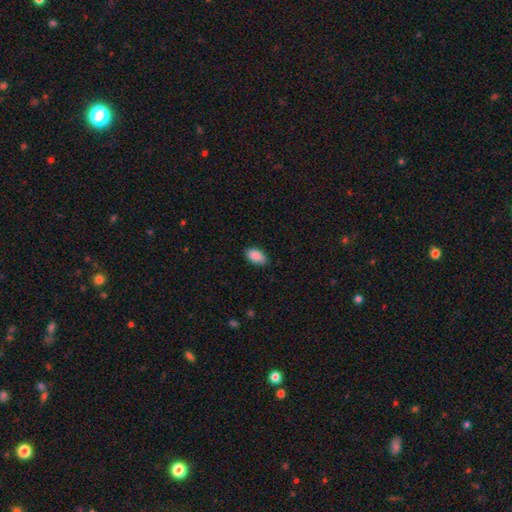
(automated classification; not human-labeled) Overall: smooth (90%). How rounded: in between (94%). Merging: none (85%).